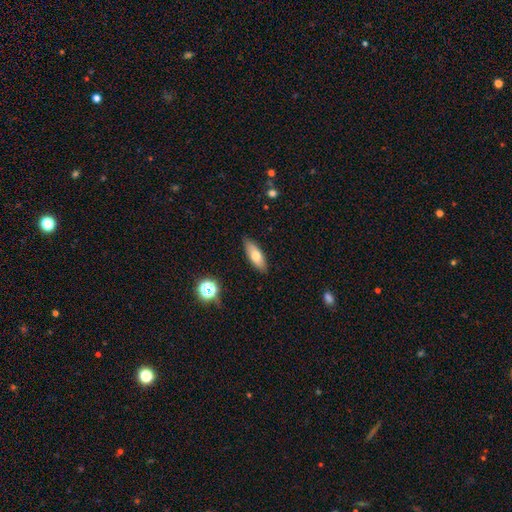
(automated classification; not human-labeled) Smooth or featured? Predicted: smooth (p=0.70). How rounded? Predicted: in between (p=0.67). Merging? Predicted: none (p=0.87).